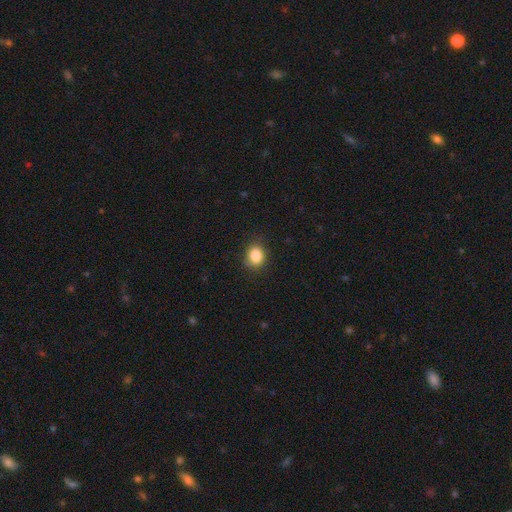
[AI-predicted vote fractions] Smooth or featured? smooth (86%)
How rounded? round (56%)
Merging? none (82%)